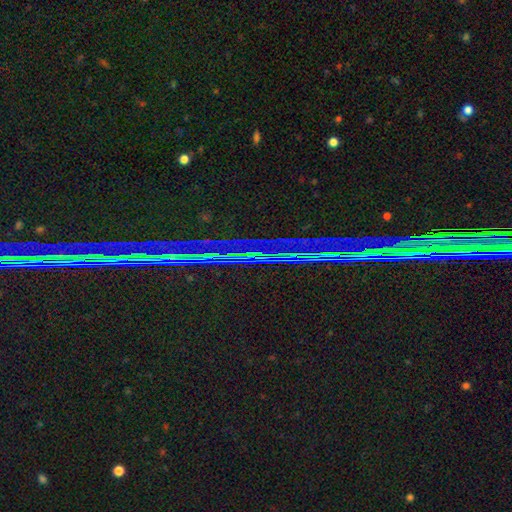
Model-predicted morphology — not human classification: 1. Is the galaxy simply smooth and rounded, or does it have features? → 87% star or artifact, 8% featured or disk, 6% smooth.